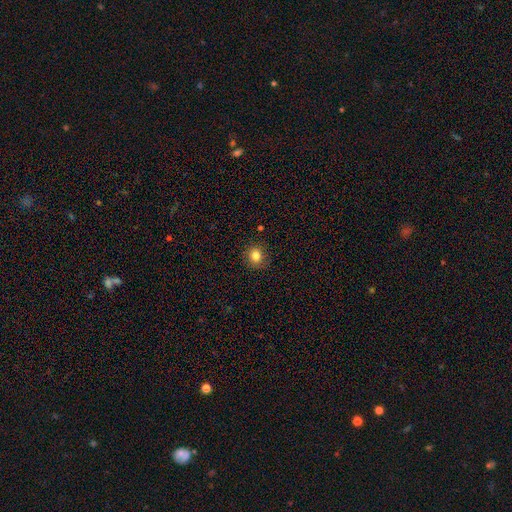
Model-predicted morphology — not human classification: smooth_or_featured: smooth (p=0.83) [alt: star or artifact p=0.11]
how_rounded: round (p=0.85) [alt: in between p=0.14]
merging: none (p=0.88) [alt: minor disturbance p=0.08]